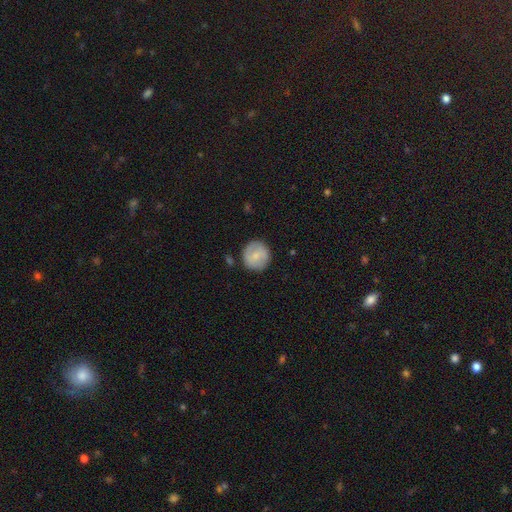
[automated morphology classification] A smooth galaxy with no disk features (70%) that is round (93%). Merging: none (85%).